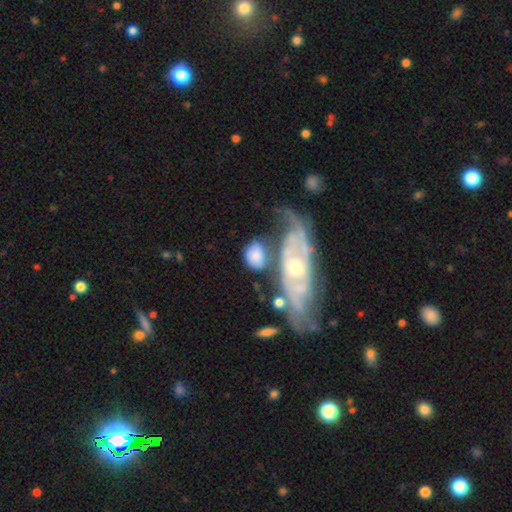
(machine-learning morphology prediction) A smooth galaxy with no disk features (61%) that is in between round and cigar-shaped (60%).

Vote fractions:
- Smooth or featured? smooth: 61% / featured or disk: 33% / star or artifact: 6%
- How rounded? in between: 60% / round: 37% / cigar-shaped: 4%
- Merging? none: 40% / merger: 28% / minor disturbance: 19% / major disturbance: 13%